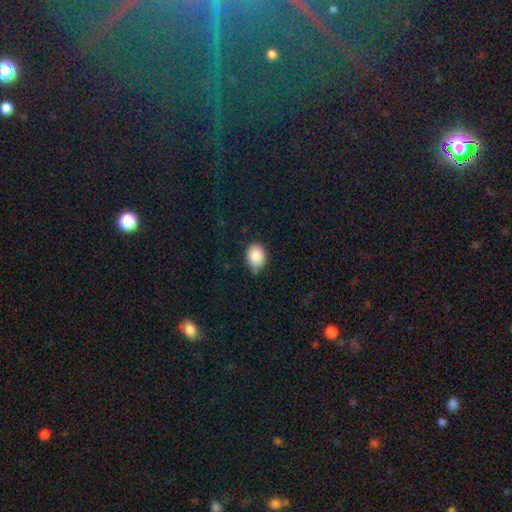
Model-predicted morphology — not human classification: The model was most divided on "how rounded": in between: 66%, round: 33%, cigar-shaped: 1%. More confident: smooth or featured — smooth (86%); merging — none (73%).